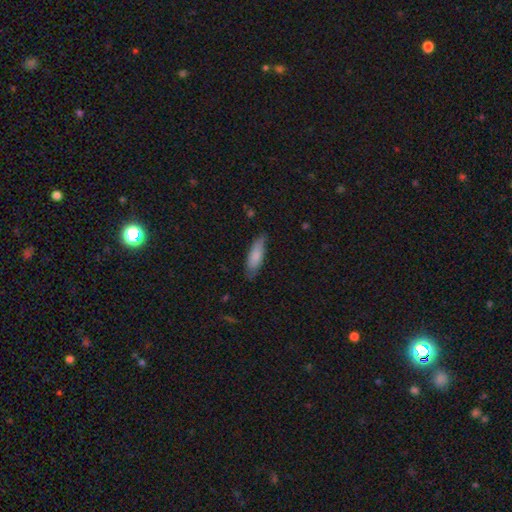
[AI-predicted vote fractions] Smooth or featured: smooth — 81% (featured or disk — 14%)
How rounded: in between — 54% (cigar-shaped — 45%)
Merging: none — 75% (minor disturbance — 20%)